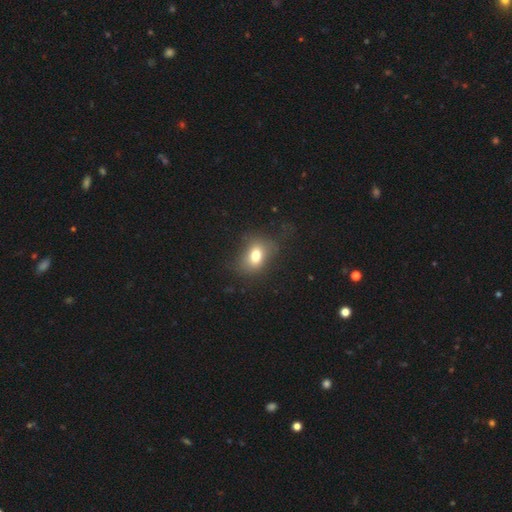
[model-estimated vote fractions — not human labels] Smooth or featured? Predicted: smooth (p=0.74). How rounded? Predicted: in between (p=0.68). Merging? Predicted: none (p=0.64).